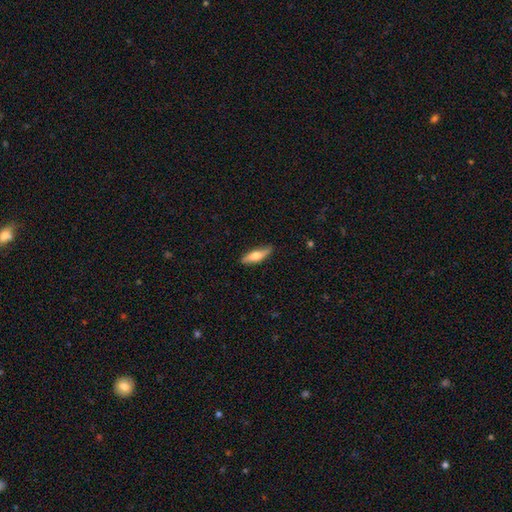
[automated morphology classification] This appears to be a smooth galaxy with no disk features (60%) that is cigar-shaped (57%). Merging: none (83%).